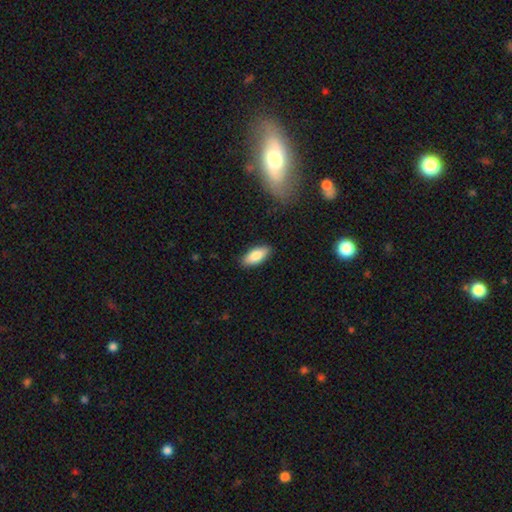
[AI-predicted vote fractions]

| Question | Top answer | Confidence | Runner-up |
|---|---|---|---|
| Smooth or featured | smooth | 83% | featured or disk (11%) |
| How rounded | in between | 85% | cigar-shaped (13%) |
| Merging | none | 87% | minor disturbance (9%) |